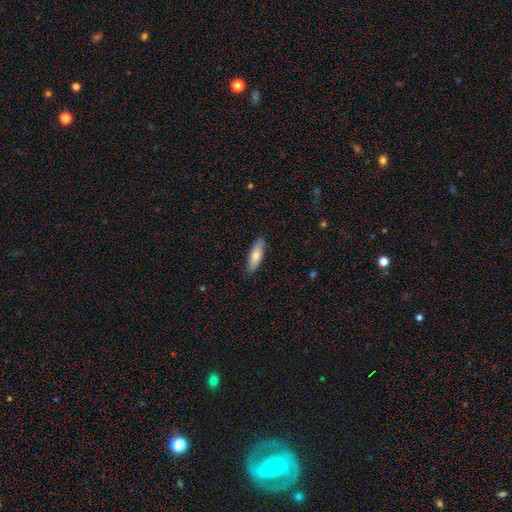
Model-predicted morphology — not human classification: smooth 77%, featured or disk 17%, star or artifact 6%. Down the decision tree: how rounded — in between (50%); merging — none (87%).